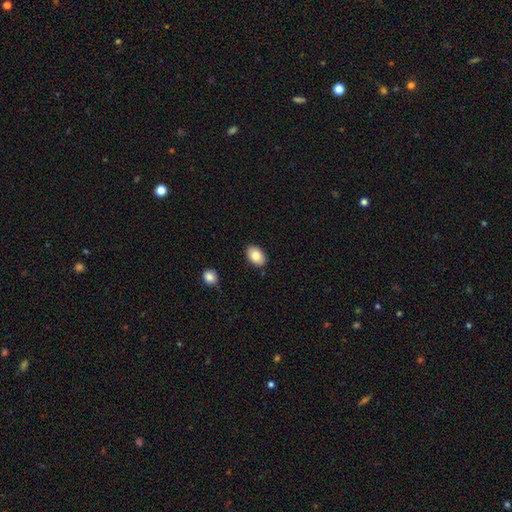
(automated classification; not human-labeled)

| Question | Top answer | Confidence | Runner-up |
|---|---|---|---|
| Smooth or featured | smooth | 83% | featured or disk (10%) |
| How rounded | in between | 87% | round (12%) |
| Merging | none | 88% | minor disturbance (9%) |